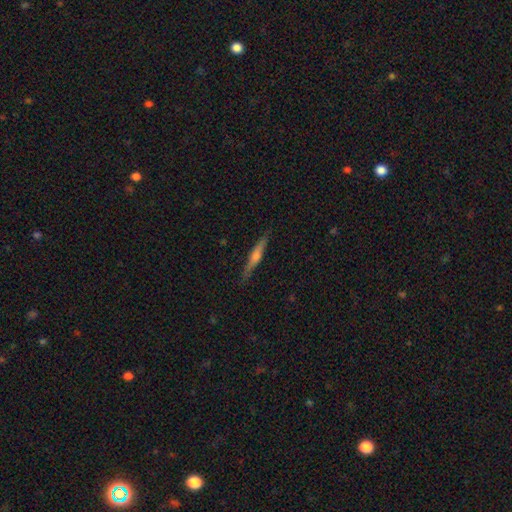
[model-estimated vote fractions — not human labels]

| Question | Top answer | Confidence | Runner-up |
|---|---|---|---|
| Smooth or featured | featured or disk | 71% | smooth (23%) |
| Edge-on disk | yes | 98% | no (2%) |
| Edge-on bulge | rounded | 76% | boxy (13%) |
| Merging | none | 89% | minor disturbance (8%) |